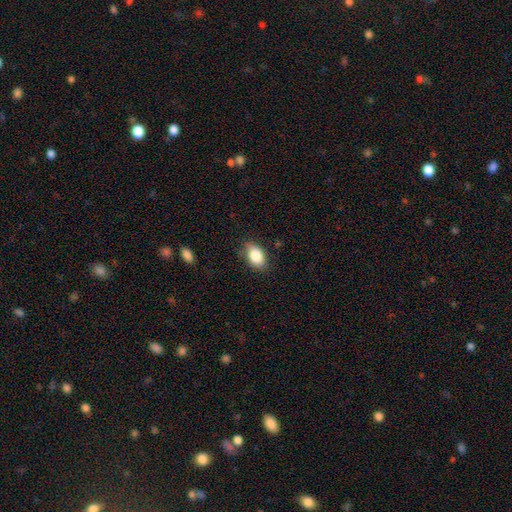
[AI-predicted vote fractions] Q: Smooth or featured?
A: smooth (85%); runner-up: featured or disk (8%)
Q: How rounded?
A: in between (88%); runner-up: round (10%)
Q: Merging?
A: none (77%); runner-up: minor disturbance (18%)